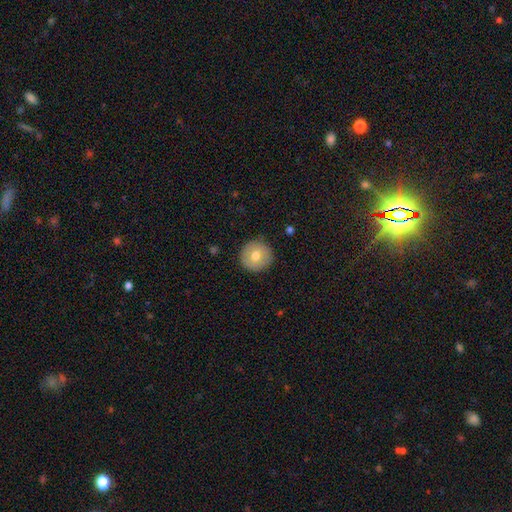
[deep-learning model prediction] This is likely a smooth galaxy (74%). How rounded: clearly round (95%). Merging: clearly none (90%).